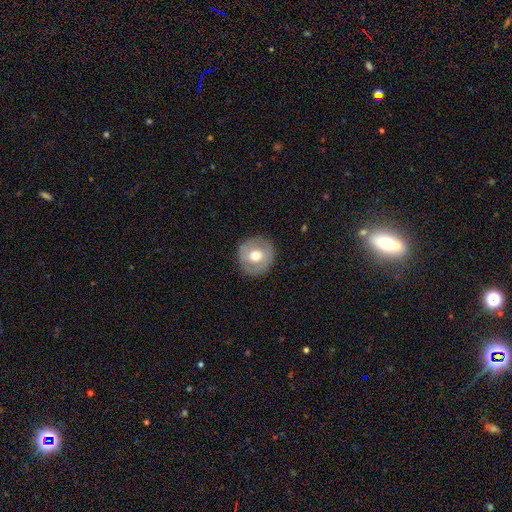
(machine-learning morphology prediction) Smooth or featured: smooth — 57% (featured or disk — 36%)
How rounded: round — 92% (in between — 7%)
Merging: none — 86% (minor disturbance — 10%)